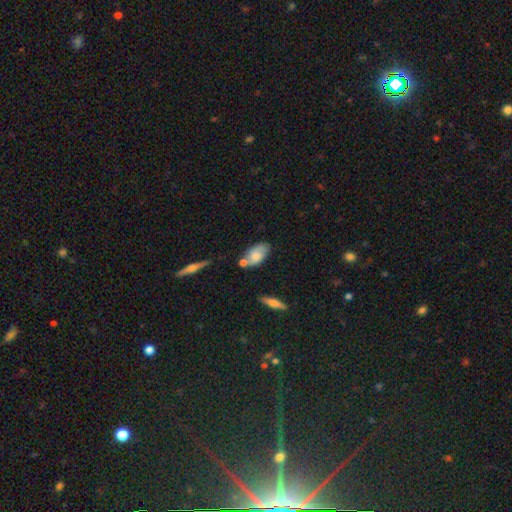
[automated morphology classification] The model was most divided on "merging": none: 56%, minor disturbance: 22%, merger: 17%, major disturbance: 5%. More confident: how rounded — in between (90%); smooth or featured — smooth (66%).